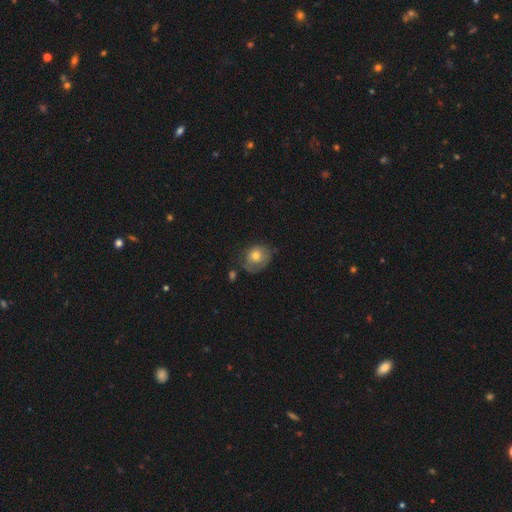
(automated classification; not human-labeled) This appears to be a smooth galaxy with no disk features (65%) that is round (58%). Merging: none (49%).